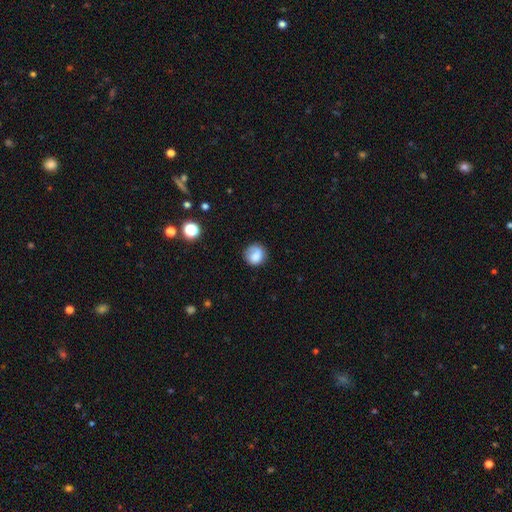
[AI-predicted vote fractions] smooth_or_featured: smooth (p=0.80) [alt: featured or disk p=0.11]
how_rounded: round (p=0.85) [alt: in between p=0.14]
merging: none (p=0.72) [alt: minor disturbance p=0.19]